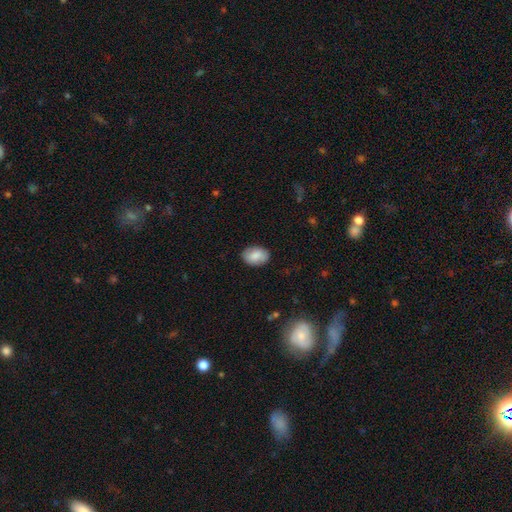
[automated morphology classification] Smooth or featured?
  - smooth: 82% *
  - featured or disk: 11%
  - star or artifact: 6%
How rounded?
  - in between: 82% *
  - round: 16%
  - cigar-shaped: 1%
Merging?
  - none: 86% *
  - minor disturbance: 10%
  - major disturbance: 2%
  - merger: 1%